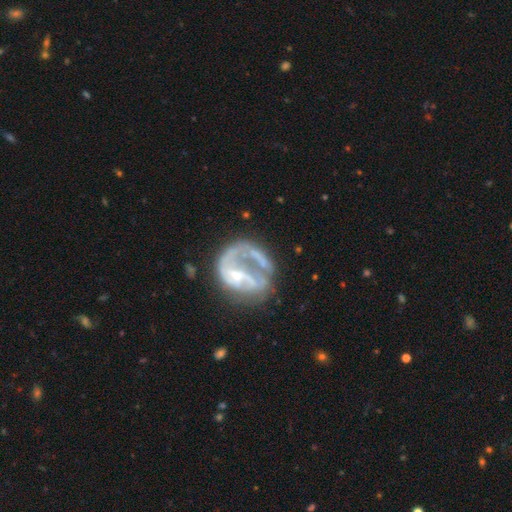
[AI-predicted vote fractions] Q: Smooth or featured?
A: featured or disk (75%); runner-up: smooth (16%)
Q: Edge-on disk?
A: no (98%); runner-up: yes (2%)
Q: Bar?
A: no (52%); runner-up: weak (34%)
Q: Spiral arms?
A: yes (59%); runner-up: no (41%)
Q: Bulge size?
A: small (50%); runner-up: moderate (25%)
Q: Merging?
A: major disturbance (43%); runner-up: none (30%)